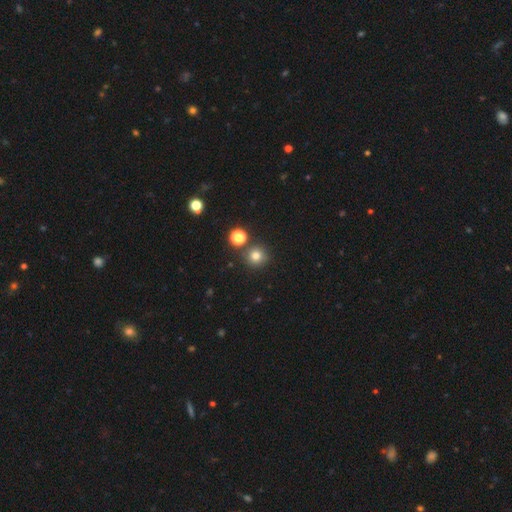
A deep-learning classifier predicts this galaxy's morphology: Smooth or featured? smooth (77%)
How rounded? round (93%)
Merging? none (81%)